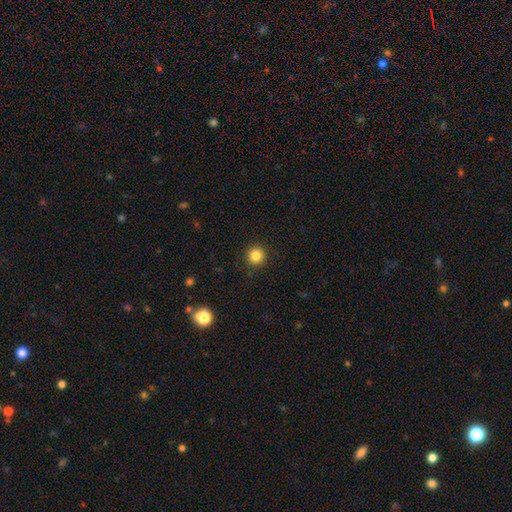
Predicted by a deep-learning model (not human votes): smooth 84%, star or artifact 12%, featured or disk 4%. Down the decision tree: how rounded — round (95%); merging — none (92%).